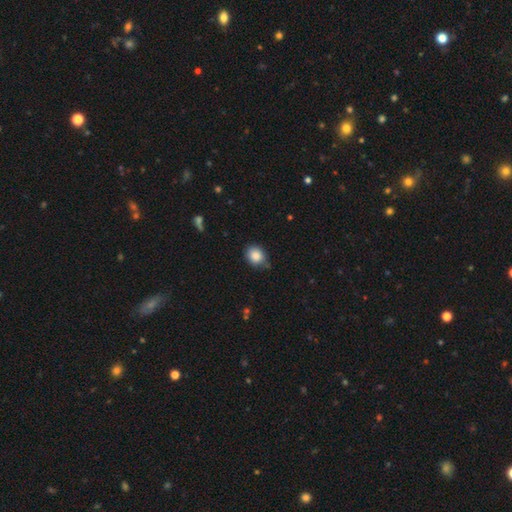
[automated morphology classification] This appears to be a smooth galaxy with no disk features (86%) that is round (60%). Merging: none (68%).